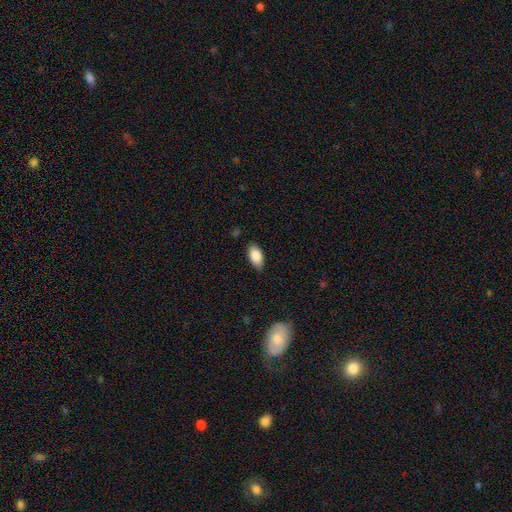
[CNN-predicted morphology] This is clearly a smooth galaxy (86%). How rounded: clearly in between (92%). Merging: clearly none (85%).